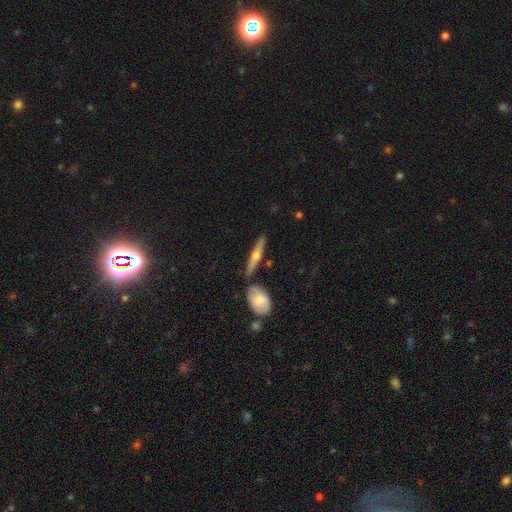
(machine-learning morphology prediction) smooth_or_featured: featured or disk (p=0.57) [alt: smooth p=0.38]
disk_edge_on: yes (p=0.95) [alt: no p=0.05]
edge_on_bulge: rounded (p=0.89) [alt: none p=0.07]
merging: none (p=0.81) [alt: minor disturbance p=0.09]